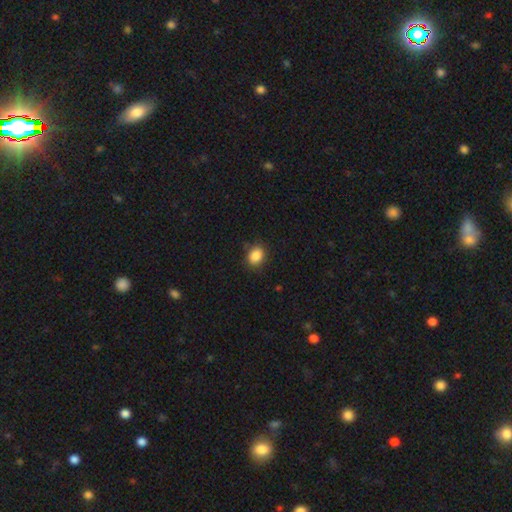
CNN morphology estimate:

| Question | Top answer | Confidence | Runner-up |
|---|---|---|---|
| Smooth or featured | smooth | 86% | star or artifact (9%) |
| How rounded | in between | 51% | round (48%) |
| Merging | none | 83% | minor disturbance (12%) |